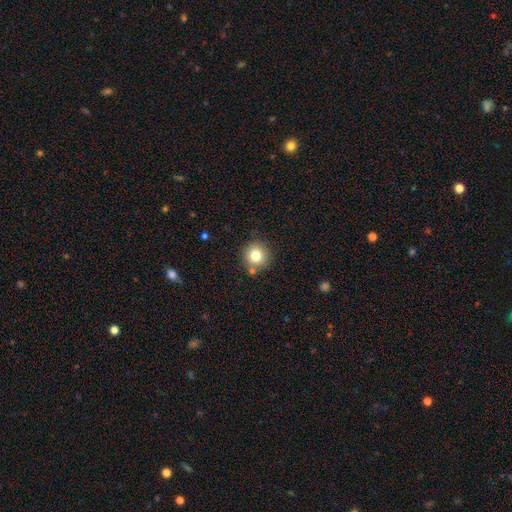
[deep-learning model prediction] smooth 79%, star or artifact 12%, featured or disk 9%. Down the decision tree: how rounded — round (93%); merging — none (80%).